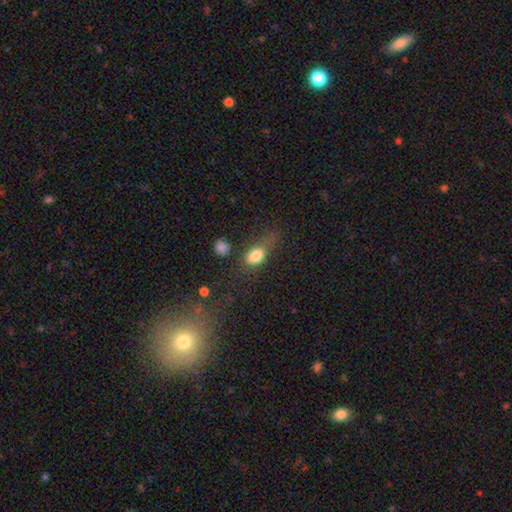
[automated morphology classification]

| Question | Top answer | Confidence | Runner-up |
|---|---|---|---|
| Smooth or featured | smooth | 79% | featured or disk (11%) |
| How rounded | in between | 78% | round (13%) |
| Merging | none | 41% | minor disturbance (29%) |